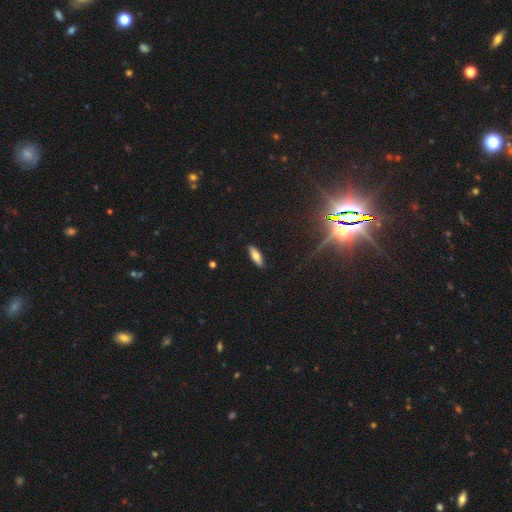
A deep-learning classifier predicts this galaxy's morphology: A smooth galaxy with no disk features (71%) that is in between round and cigar-shaped (56%).

Vote fractions:
- Smooth or featured? smooth: 71% / featured or disk: 20% / star or artifact: 9%
- How rounded? in between: 56% / cigar-shaped: 41% / round: 2%
- Merging? none: 88% / minor disturbance: 9% / major disturbance: 2% / merger: 1%